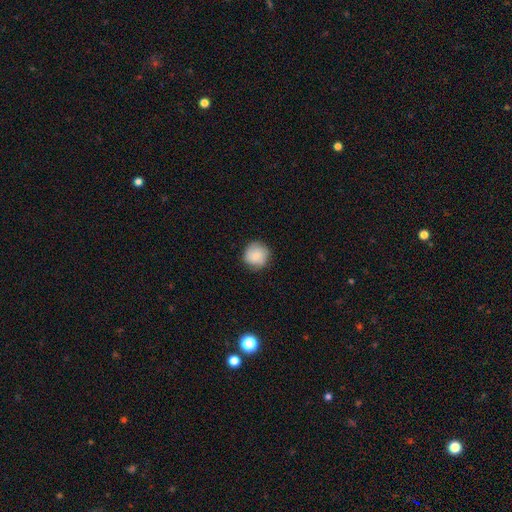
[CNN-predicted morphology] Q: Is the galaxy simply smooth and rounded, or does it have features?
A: smooth — 80%.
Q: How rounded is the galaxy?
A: round — 92%.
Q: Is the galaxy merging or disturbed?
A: none — 84%.